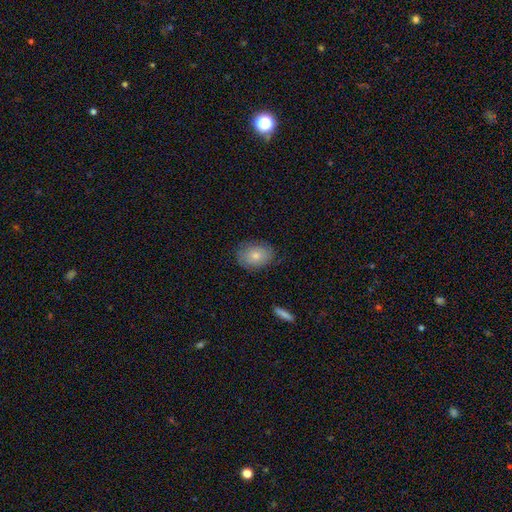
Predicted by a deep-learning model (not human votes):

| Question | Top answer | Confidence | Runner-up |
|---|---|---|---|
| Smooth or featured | smooth | 74% | featured or disk (19%) |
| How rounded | in between | 74% | round (25%) |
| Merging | none | 77% | minor disturbance (18%) |